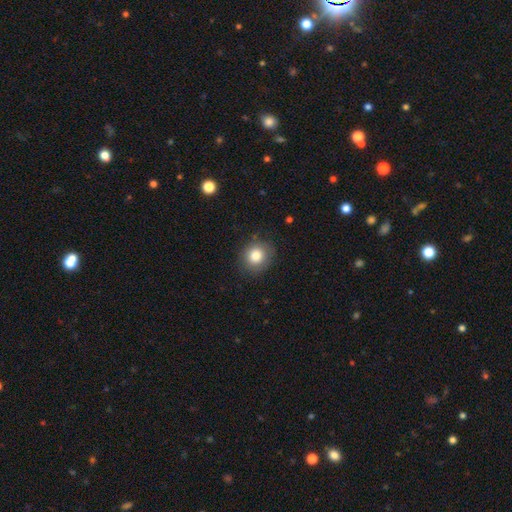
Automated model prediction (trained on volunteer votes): Morphology: type=smooth (81%); roundness=round (78%); merging=none (82%).